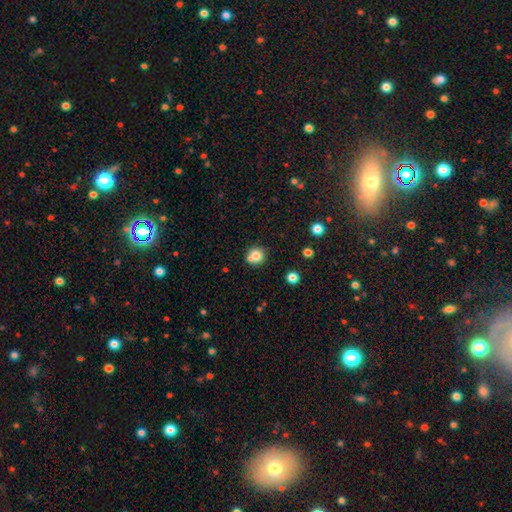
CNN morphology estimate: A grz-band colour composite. It shows a smooth galaxy with no disk features (79%) that is round (90%). Merging: none (68%).